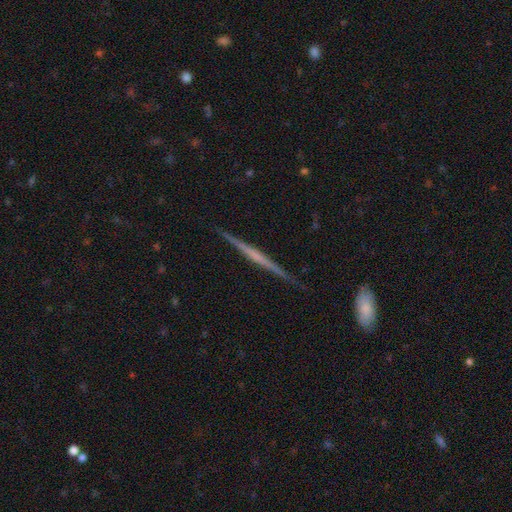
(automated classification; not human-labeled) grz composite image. It shows a featured or disk galaxy (73%) viewed edge-on (98%) with no central bulge (58%). Merging: none (90%).